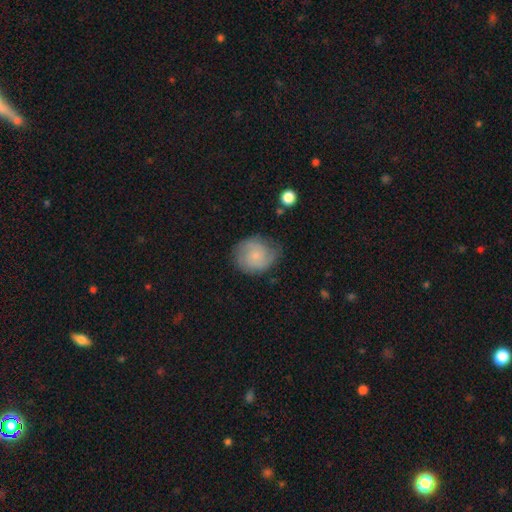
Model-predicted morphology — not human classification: type=featured or disk (55%); edge-on=no (98%); bar=no (75%); spiral arms=yes (90%); bulge=small (73%); merging=none (71%).